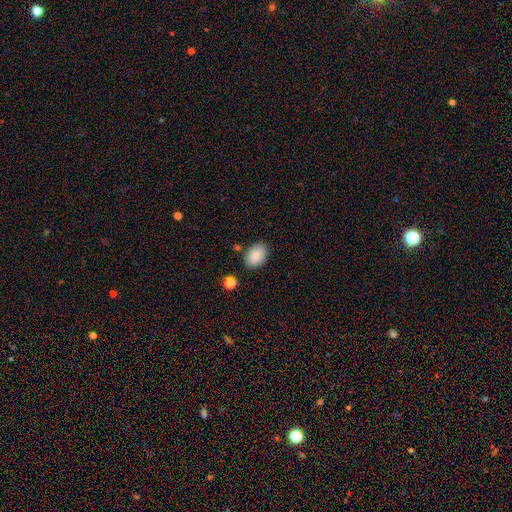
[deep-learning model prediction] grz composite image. It shows a smooth galaxy with no disk features (88%) that is in between round and cigar-shaped (84%). Merging: none (83%).